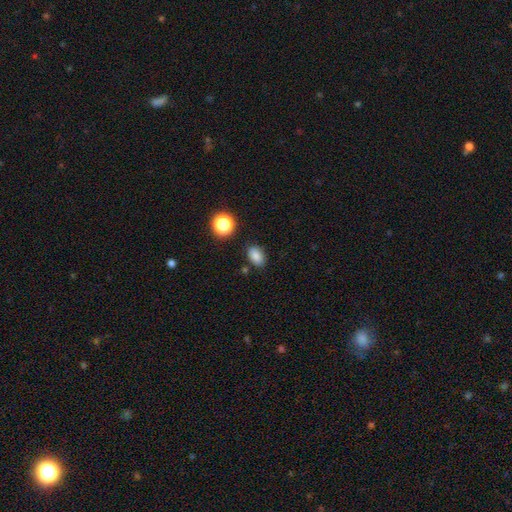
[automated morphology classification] Overall: smooth (81%). How rounded: in between (81%). Merging: none (82%).